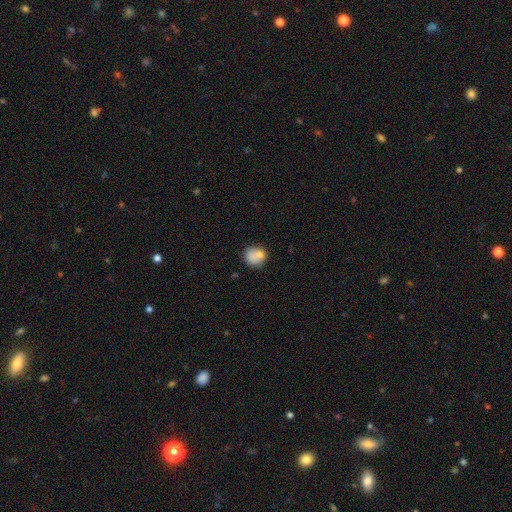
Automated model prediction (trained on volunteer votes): Morphology: type=smooth (79%); roundness=round (77%); merging=none (55%).